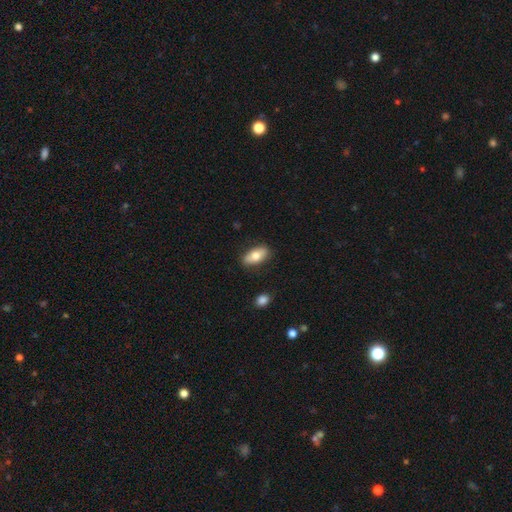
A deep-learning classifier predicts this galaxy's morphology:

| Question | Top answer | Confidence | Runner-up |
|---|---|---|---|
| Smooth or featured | smooth | 73% | featured or disk (20%) |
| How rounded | in between | 88% | cigar-shaped (8%) |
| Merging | none | 85% | minor disturbance (11%) |